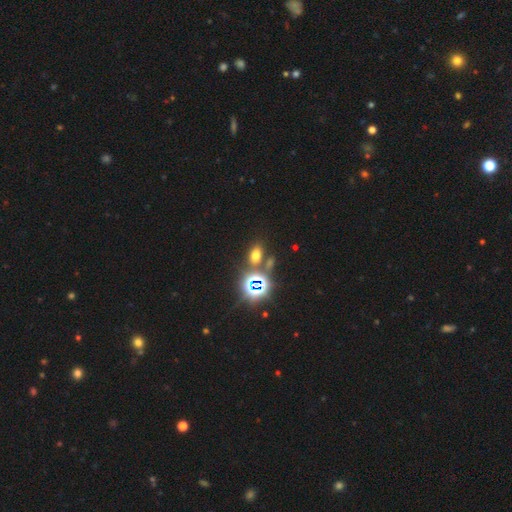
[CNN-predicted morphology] Smooth or featured? smooth (53%)
How rounded? in between (75%)
Merging? none (73%)